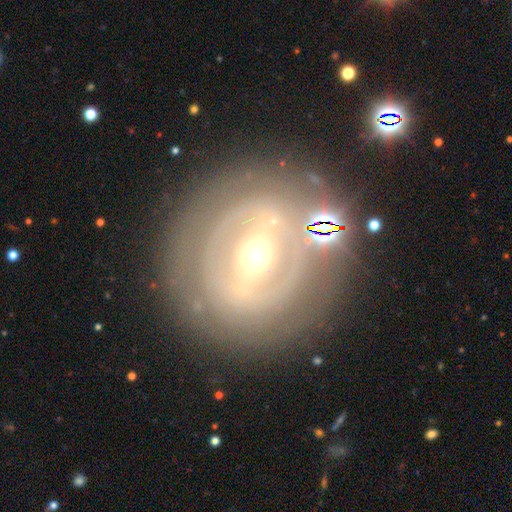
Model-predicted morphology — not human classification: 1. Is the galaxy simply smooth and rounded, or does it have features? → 76% featured or disk, 17% smooth, 7% star or artifact.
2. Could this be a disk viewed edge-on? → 93% no, 7% yes.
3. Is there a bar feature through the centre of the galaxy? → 51% strong, 32% weak, 17% no.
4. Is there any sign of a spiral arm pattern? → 52% no, 48% yes.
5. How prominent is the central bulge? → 52% moderate, 41% small, 4% large, 1% dominant, 1% none.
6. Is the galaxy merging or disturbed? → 78% none, 12% minor disturbance, 7% major disturbance, 3% merger.